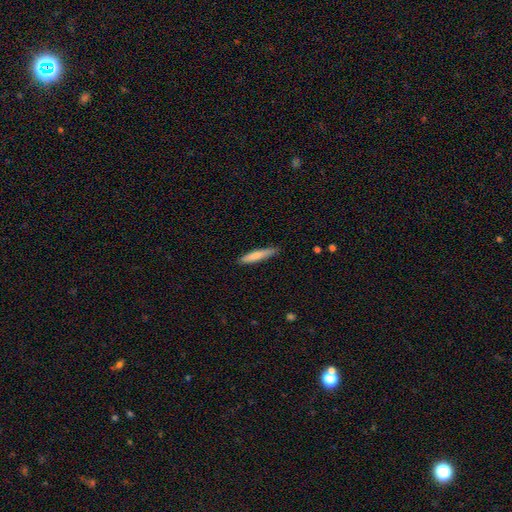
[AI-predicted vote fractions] Overall: smooth (79%). How rounded: cigar-shaped (90%). Merging: none (84%).